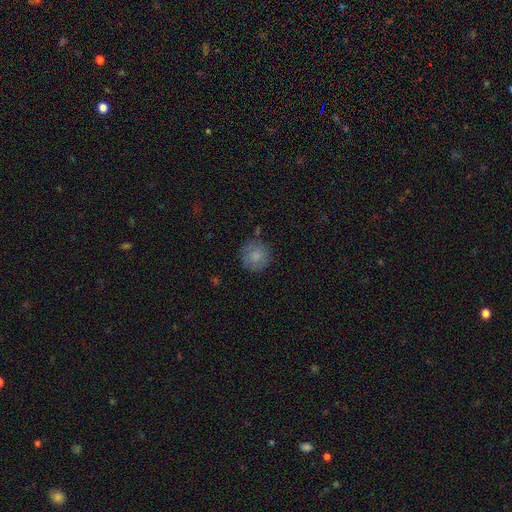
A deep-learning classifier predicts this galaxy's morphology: Overall: smooth (80%). How rounded: round (93%). Merging: none (80%).